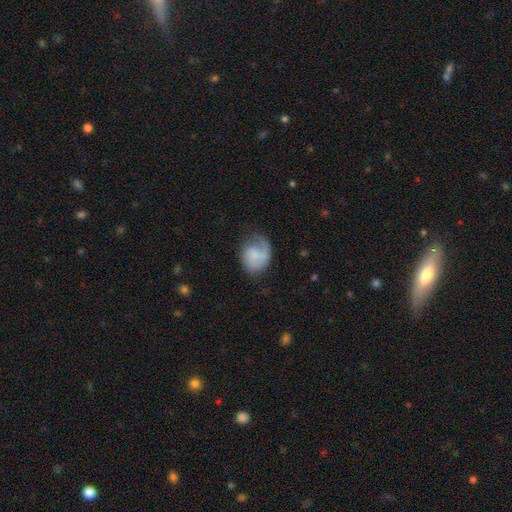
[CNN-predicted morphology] This is possibly a smooth galaxy (52%). How rounded: possibly round (50%, tied with in between). Merging: possibly none (49%).